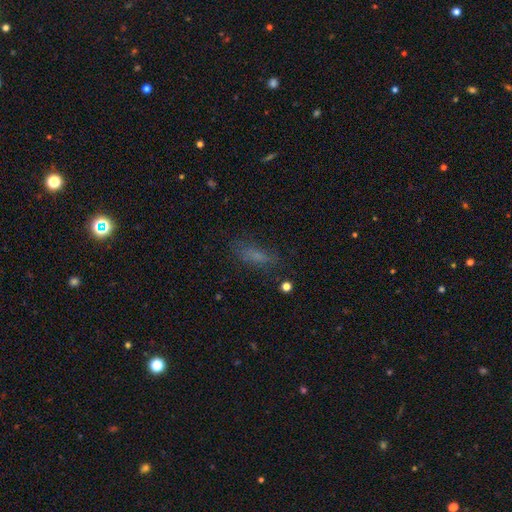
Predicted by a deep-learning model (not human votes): Smooth or featured? smooth (62%)
How rounded? in between (51%)
Merging? none (68%)